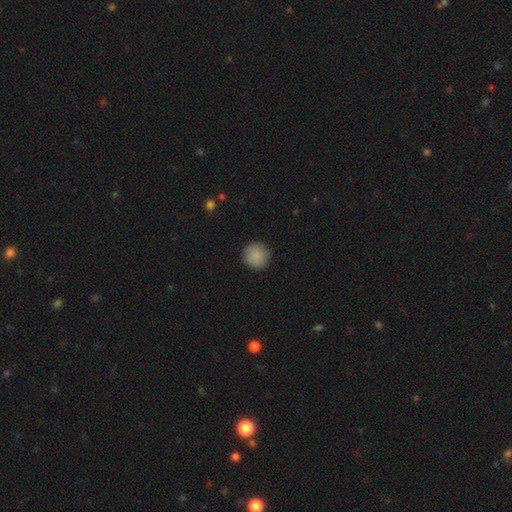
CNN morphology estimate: Q: Smooth or featured?
A: smooth (89%); runner-up: star or artifact (8%)
Q: How rounded?
A: round (95%); runner-up: in between (4%)
Q: Merging?
A: none (91%); runner-up: minor disturbance (6%)